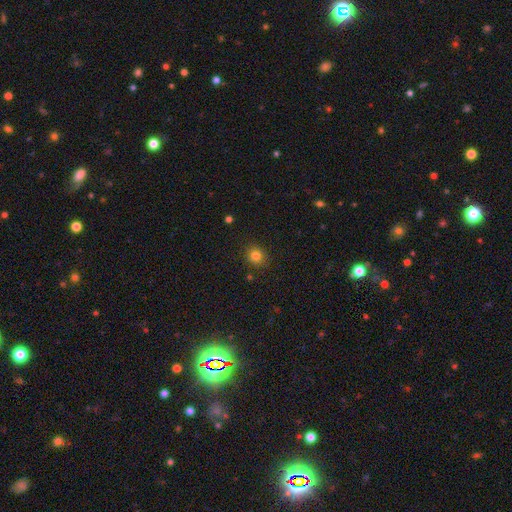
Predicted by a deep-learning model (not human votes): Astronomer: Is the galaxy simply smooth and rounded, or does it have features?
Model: smooth — 81%.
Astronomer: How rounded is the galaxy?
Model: round — 84%.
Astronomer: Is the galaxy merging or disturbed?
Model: none — 88%.